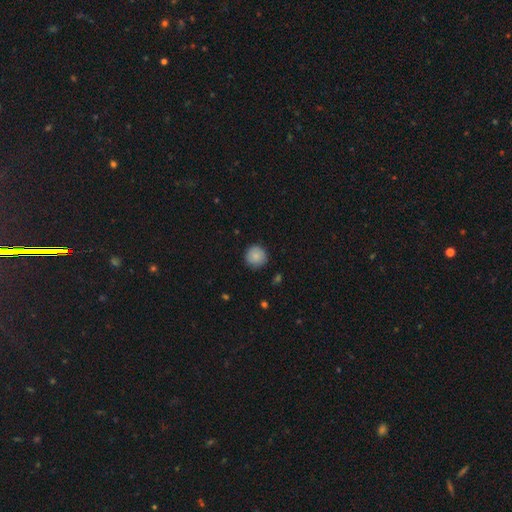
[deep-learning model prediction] Smooth or featured: smooth — 86% (star or artifact — 7%)
How rounded: round — 95% (in between — 4%)
Merging: none — 87% (minor disturbance — 10%)